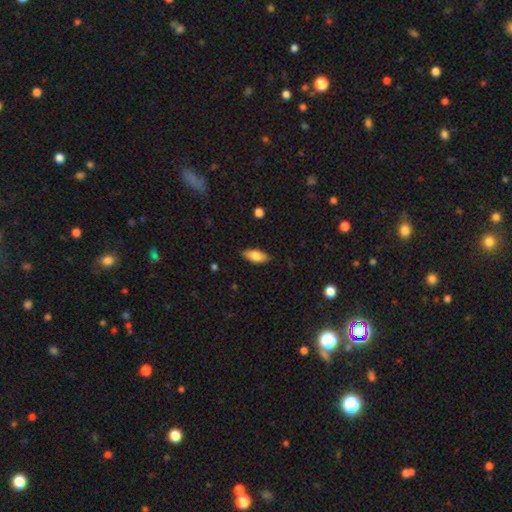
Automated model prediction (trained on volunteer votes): The model was most divided on "smooth or featured": smooth: 81%, featured or disk: 12%, star or artifact: 6%. More confident: how rounded — in between (87%); merging — none (85%).